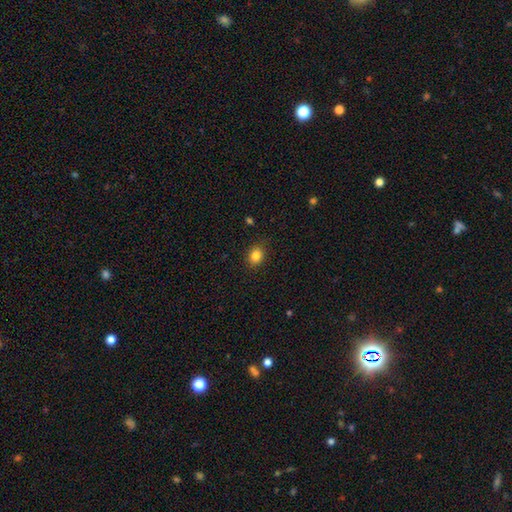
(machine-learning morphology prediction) smooth-or-featured: smooth: 85% | star or artifact: 11% | featured or disk: 5%
  how-rounded: round: 55% | in between: 44% | cigar-shaped: 1%
  merging: none: 87% | minor disturbance: 10% | major disturbance: 3% | merger: 1%